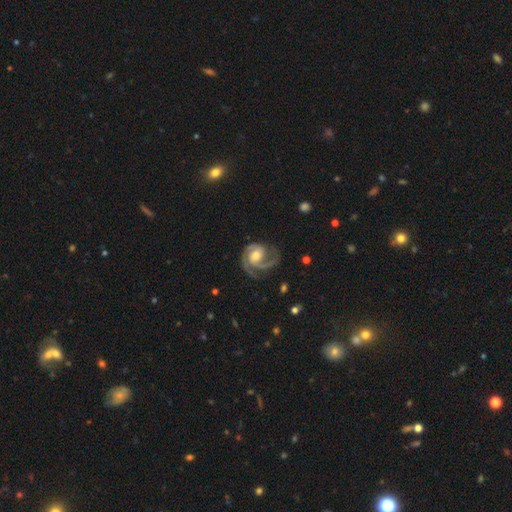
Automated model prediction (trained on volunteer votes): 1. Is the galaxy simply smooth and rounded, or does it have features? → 90% featured or disk, 6% smooth, 4% star or artifact.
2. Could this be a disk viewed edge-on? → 98% no, 2% yes.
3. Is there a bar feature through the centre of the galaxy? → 52% no, 37% weak, 11% strong.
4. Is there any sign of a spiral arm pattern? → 98% yes, 2% no.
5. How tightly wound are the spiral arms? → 47% tight, 44% medium, 8% loose.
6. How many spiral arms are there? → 59% 2, 24% 3, 6% 1, 6% can't tell, 3% 4, 3% more than 4.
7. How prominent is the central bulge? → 65% moderate, 19% small, 13% large, 2% none, 1% dominant.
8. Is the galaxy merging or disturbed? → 69% none, 18% minor disturbance, 11% major disturbance, 2% merger.